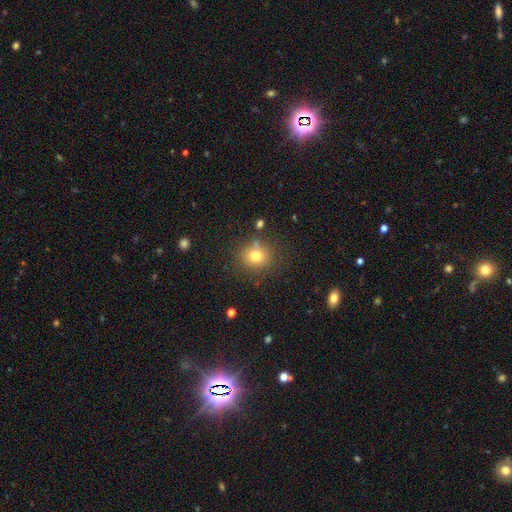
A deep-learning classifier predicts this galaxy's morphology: smooth-or-featured: smooth: 75% | star or artifact: 15% | featured or disk: 10%
  how-rounded: round: 81% | in between: 18% | cigar-shaped: 1%
  merging: none: 76% | minor disturbance: 13% | merger: 7% | major disturbance: 4%